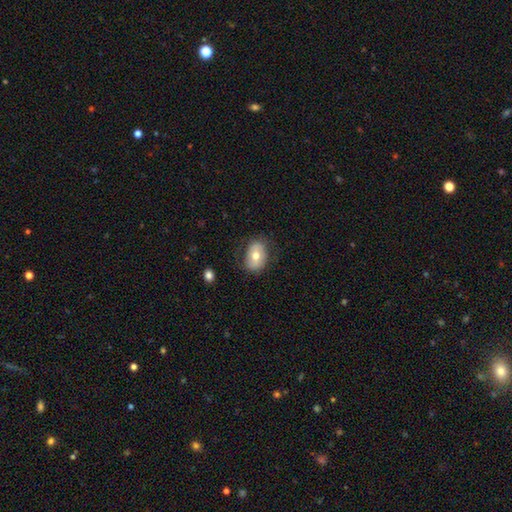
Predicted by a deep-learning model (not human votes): Q: Smooth or featured?
A: smooth (63%); runner-up: featured or disk (30%)
Q: How rounded?
A: in between (75%); runner-up: round (23%)
Q: Merging?
A: none (75%); runner-up: minor disturbance (18%)